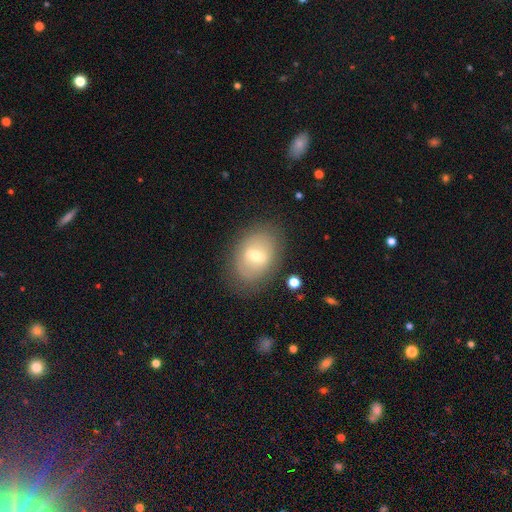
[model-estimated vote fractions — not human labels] A featured or disk galaxy (46%). Merging: none (79%).